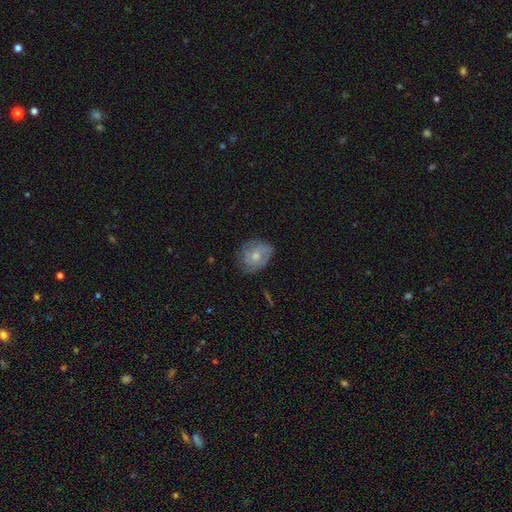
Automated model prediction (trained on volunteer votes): A featured or disk galaxy (54%) with no bar (76%), spiral arms (79%) and a moderate central bulge (59%). Merging: none (67%).